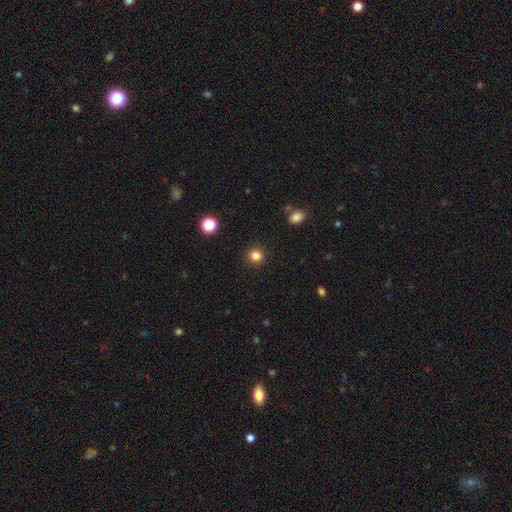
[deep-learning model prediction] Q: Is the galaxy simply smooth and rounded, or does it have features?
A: smooth — 84%.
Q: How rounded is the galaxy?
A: round — 93%.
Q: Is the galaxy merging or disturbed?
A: none — 92%.